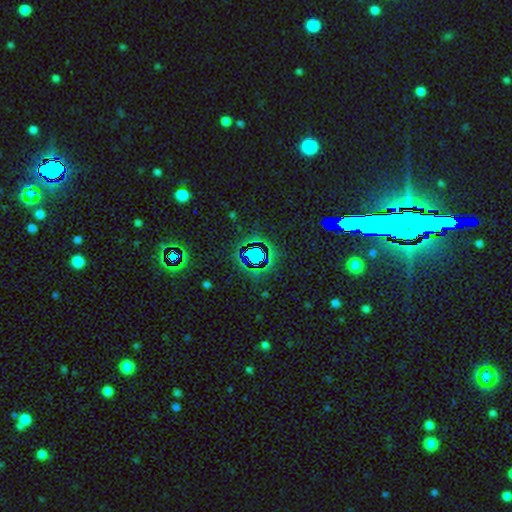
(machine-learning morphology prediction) Smooth or featured: star or artifact — 72% (smooth — 18%)